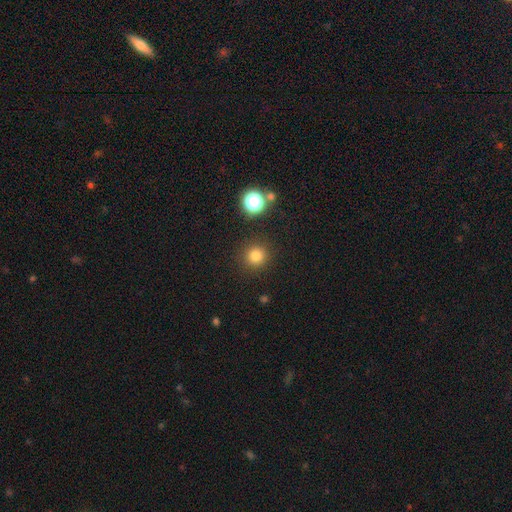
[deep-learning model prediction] Smooth or featured: smooth — 79% (star or artifact — 15%)
How rounded: round — 94% (in between — 5%)
Merging: none — 89% (minor disturbance — 6%)